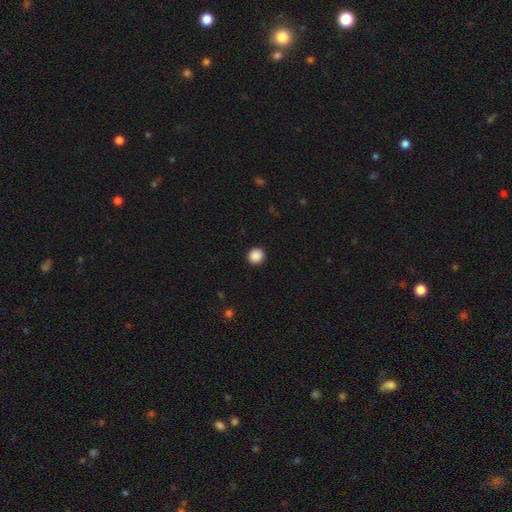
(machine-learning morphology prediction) Smooth or featured? Predicted: smooth (p=0.89). How rounded? Predicted: round (p=0.93). Merging? Predicted: none (p=0.93).